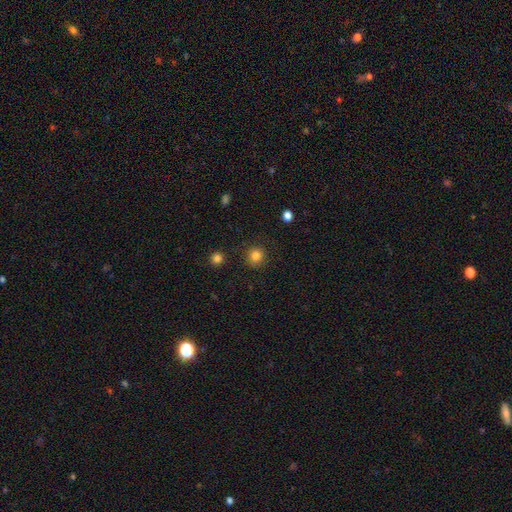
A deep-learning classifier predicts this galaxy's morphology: smooth_or_featured: smooth (p=0.83) [alt: star or artifact p=0.12]
how_rounded: round (p=0.92) [alt: in between p=0.07]
merging: none (p=0.89) [alt: minor disturbance p=0.07]